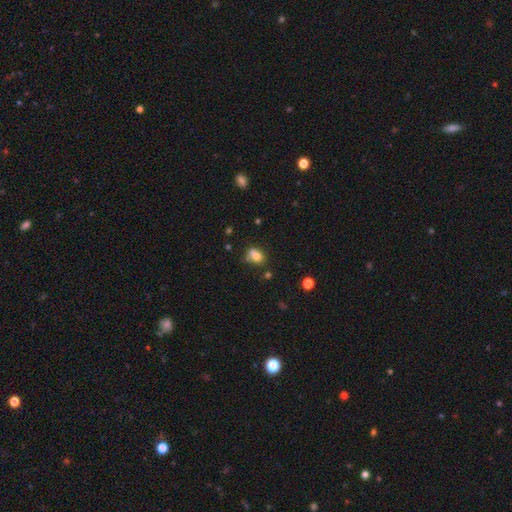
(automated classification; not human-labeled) A smooth galaxy with no disk features (77%) that is in between round and cigar-shaped (63%). Merging: none (48%).